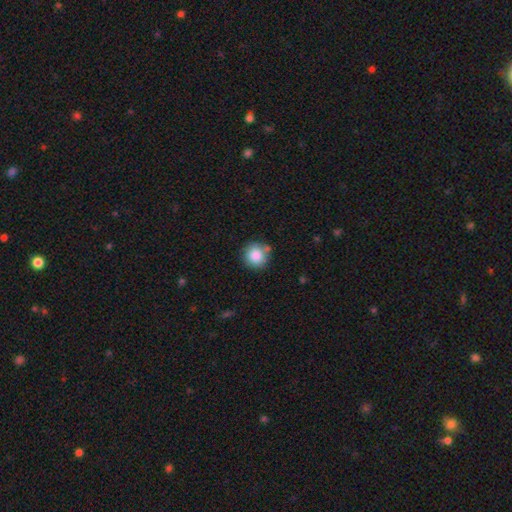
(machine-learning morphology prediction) This appears to be a smooth galaxy with no disk features (85%) that is round (94%). Merging: none (77%).